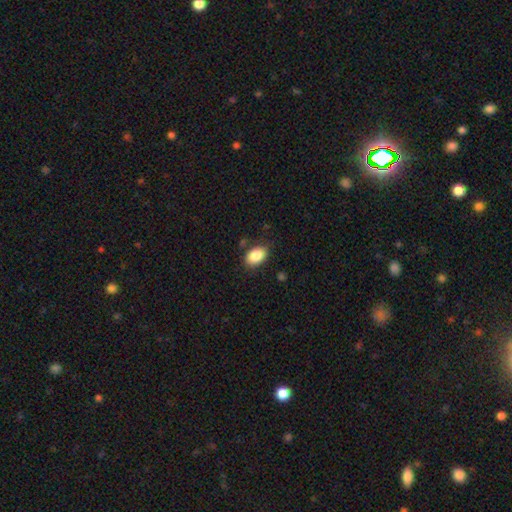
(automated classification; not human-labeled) Smooth or featured?
  - smooth: 87% *
  - star or artifact: 7%
  - featured or disk: 6%
How rounded?
  - in between: 88% *
  - round: 10%
  - cigar-shaped: 1%
Merging?
  - none: 80% *
  - minor disturbance: 14%
  - major disturbance: 3%
  - merger: 3%